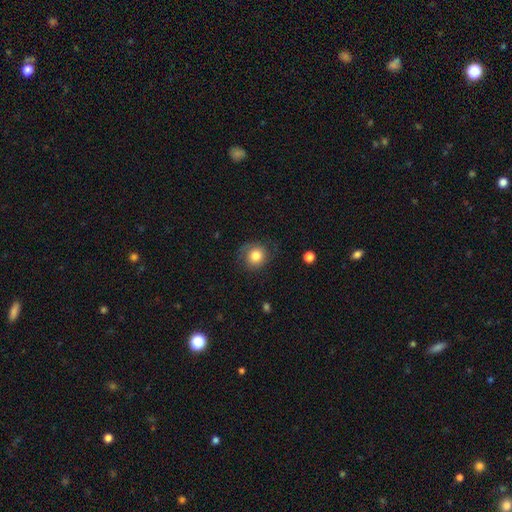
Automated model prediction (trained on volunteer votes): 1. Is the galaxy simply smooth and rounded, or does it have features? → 75% smooth, 16% featured or disk, 9% star or artifact.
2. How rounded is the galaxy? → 83% round, 17% in between, 1% cigar-shaped.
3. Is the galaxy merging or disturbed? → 73% none, 18% minor disturbance, 8% major disturbance, 1% merger.